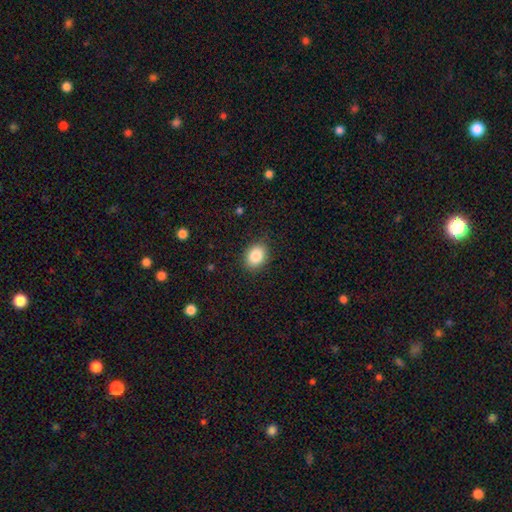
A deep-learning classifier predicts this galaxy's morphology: smooth-or-featured: smooth: 86% | star or artifact: 9% | featured or disk: 6%
  how-rounded: in between: 69% | round: 30% | cigar-shaped: 1%
  merging: none: 86% | minor disturbance: 10% | major disturbance: 3% | merger: 1%